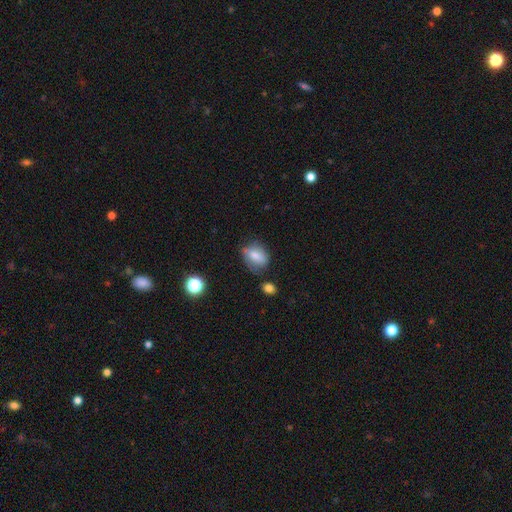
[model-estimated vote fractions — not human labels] A smooth galaxy with no disk features (71%) that is in between round and cigar-shaped (72%). Merging: none (60%).